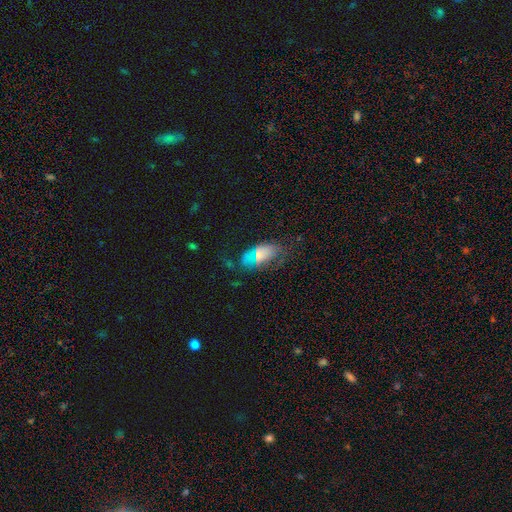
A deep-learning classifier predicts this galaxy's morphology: type=smooth (60%); roundness=in between (91%); merging=none (44%).